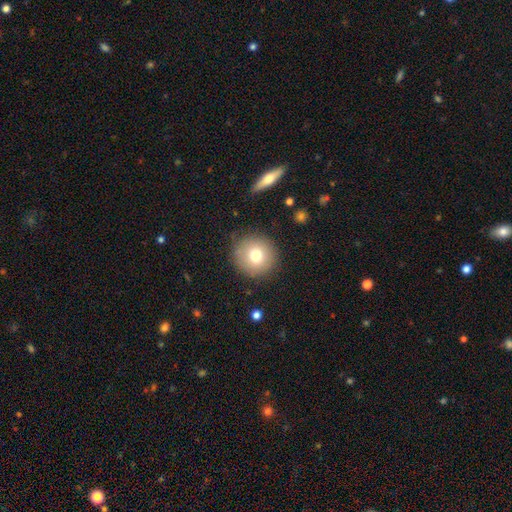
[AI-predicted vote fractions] Smooth or featured?
  - smooth: 75% *
  - featured or disk: 14%
  - star or artifact: 11%
How rounded?
  - round: 95% *
  - in between: 5%
  - cigar-shaped: 1%
Merging?
  - none: 88% *
  - minor disturbance: 8%
  - major disturbance: 3%
  - merger: 1%